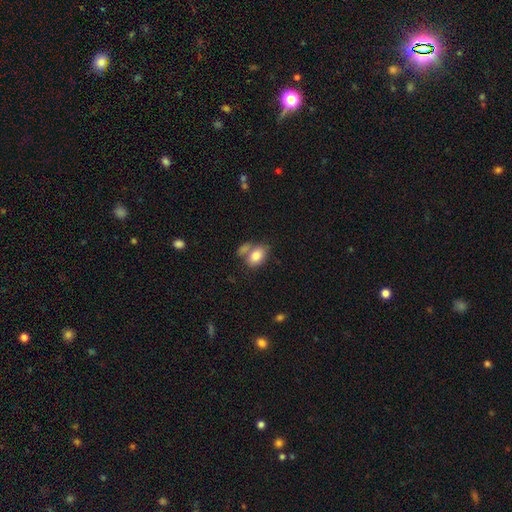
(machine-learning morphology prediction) Smooth or featured? smooth (80%)
How rounded? in between (81%)
Merging? none (44%)